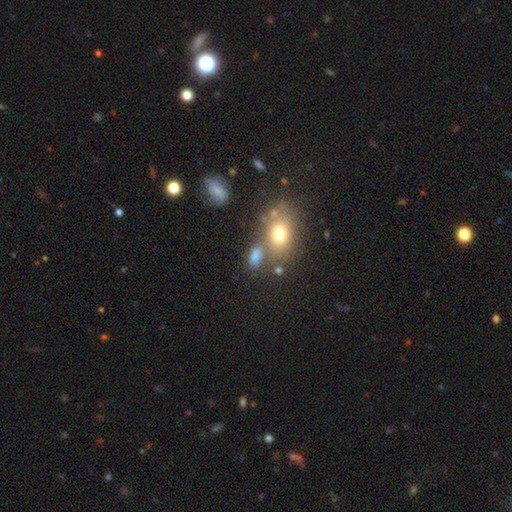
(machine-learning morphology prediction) A smooth galaxy with no disk features (72%) that is in between round and cigar-shaped (79%).

Vote fractions:
- Smooth or featured? smooth: 72% / star or artifact: 16% / featured or disk: 13%
- How rounded? in between: 79% / round: 17% / cigar-shaped: 4%
- Merging? none: 55% / merger: 24% / minor disturbance: 14% / major disturbance: 7%